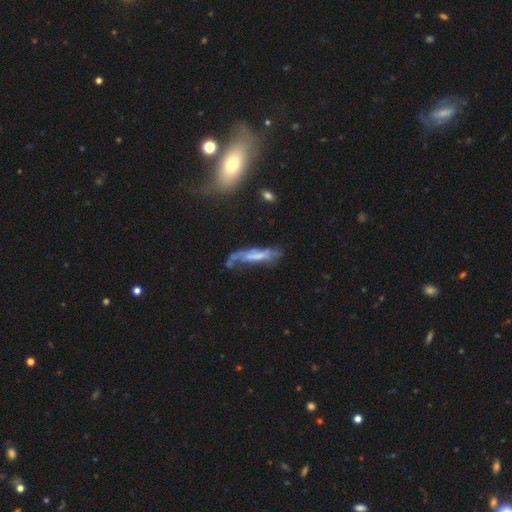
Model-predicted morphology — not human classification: type=featured or disk (58%); edge-on=no (63%); merging=none (37%).